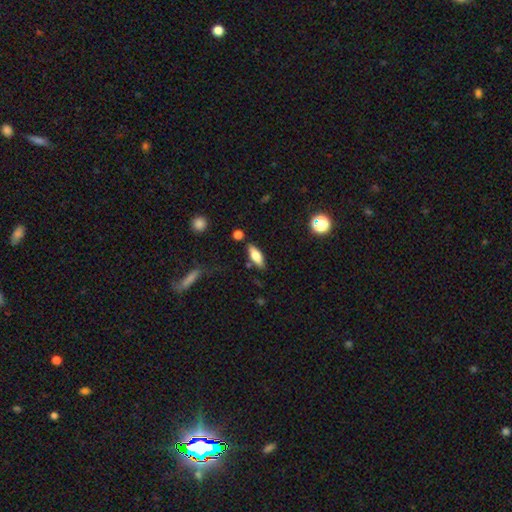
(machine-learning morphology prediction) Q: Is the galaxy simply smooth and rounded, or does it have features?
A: smooth — 64%.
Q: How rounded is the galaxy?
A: in between — 64%.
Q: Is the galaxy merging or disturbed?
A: none — 80%.